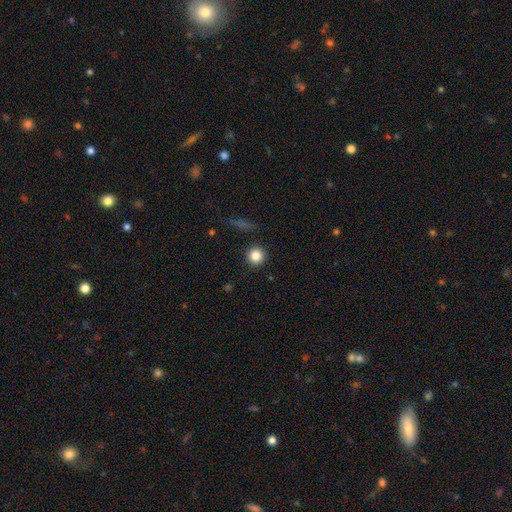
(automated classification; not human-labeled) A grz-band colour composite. It shows a smooth galaxy with no disk features (84%) that is round (94%). Merging: none (91%).